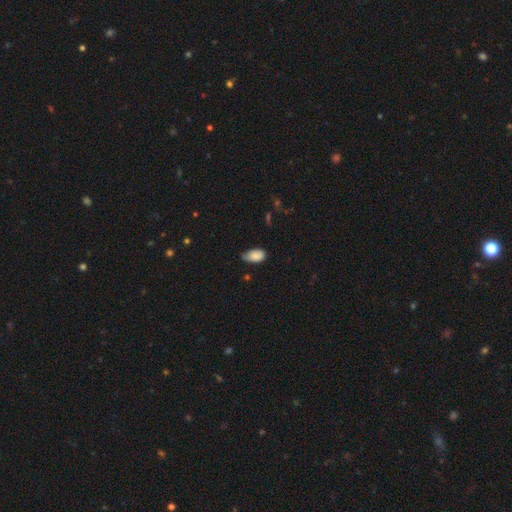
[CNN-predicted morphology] This is clearly a smooth galaxy (85%). How rounded: clearly in between (93%). Merging: possibly none (46%).